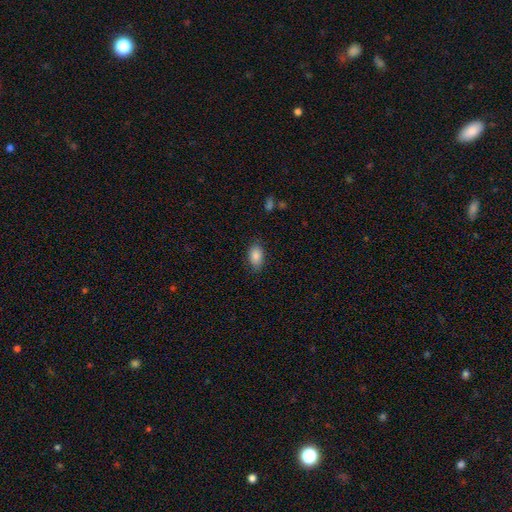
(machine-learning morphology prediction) A smooth galaxy with no disk features (87%) that is in between round and cigar-shaped (91%).

Vote fractions:
- Smooth or featured? smooth: 87% / star or artifact: 7% / featured or disk: 5%
- How rounded? in between: 91% / round: 7% / cigar-shaped: 2%
- Merging? none: 83% / minor disturbance: 13% / major disturbance: 3% / merger: 1%